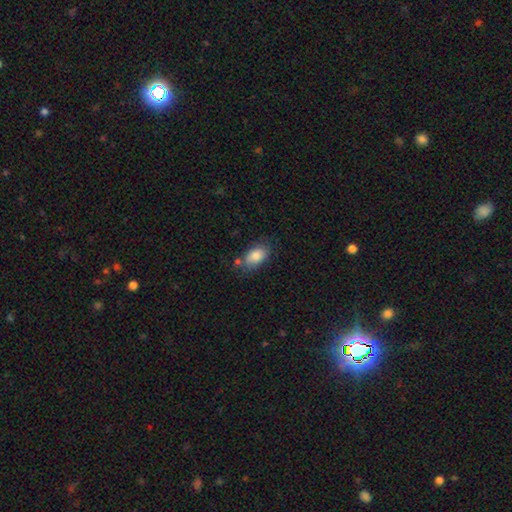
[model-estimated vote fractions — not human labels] Morphology: type=smooth (83%); roundness=in between (91%); merging=none (66%).